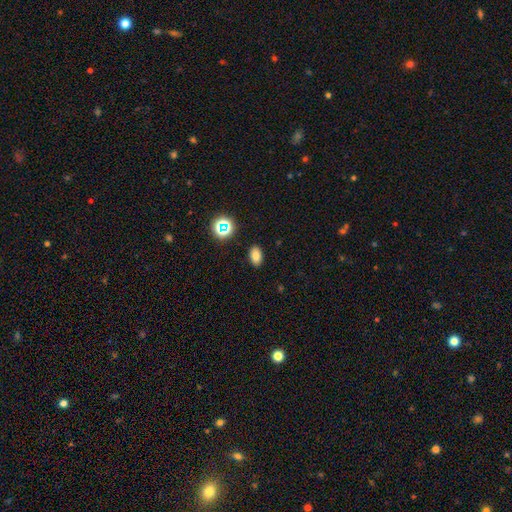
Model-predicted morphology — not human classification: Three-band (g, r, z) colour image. It shows a smooth galaxy with no disk features (79%) that is in between round and cigar-shaped (86%). Merging: none (88%).